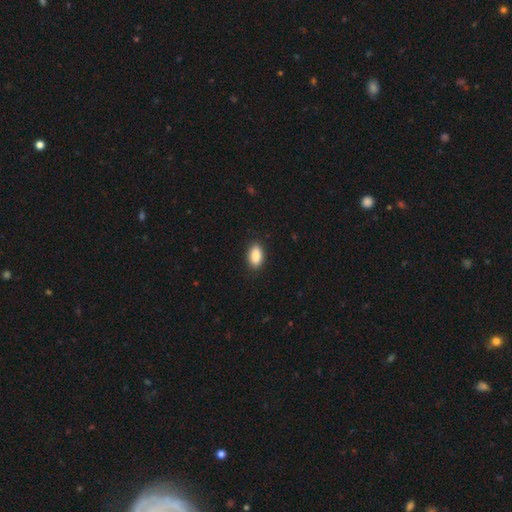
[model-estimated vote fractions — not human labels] smooth 87%, star or artifact 7%, featured or disk 6%. Down the decision tree: how rounded — in between (90%); merging — none (88%).